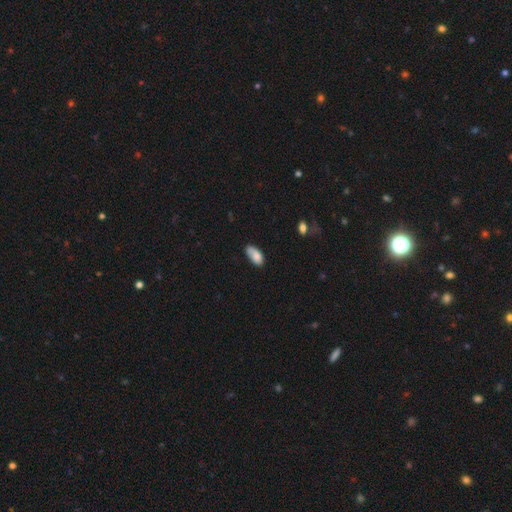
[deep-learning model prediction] Smooth or featured: smooth — 78% (featured or disk — 14%)
How rounded: in between — 91% (cigar-shaped — 5%)
Merging: none — 48% (minor disturbance — 32%)